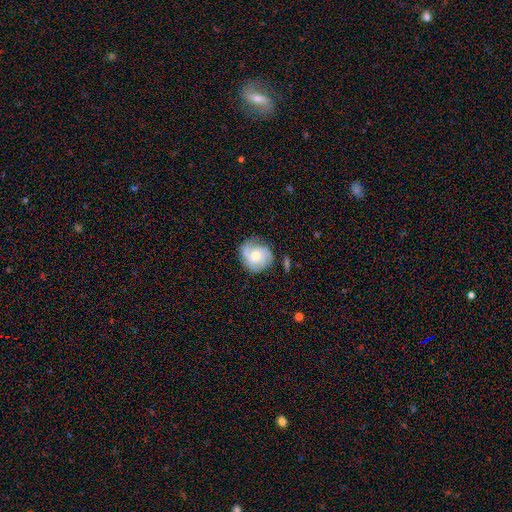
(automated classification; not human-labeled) This is likely a featured or disk galaxy (70%). It is clearly not viewed edge-on (98%). Bar: likely no (73%). Spiral arm pattern: clearly yes (93%). Spiral arm count: marginally 3 (33%). Spiral winding: possibly tight (46%). Central bulge: possibly moderate (52%). Merging: likely none (70%).